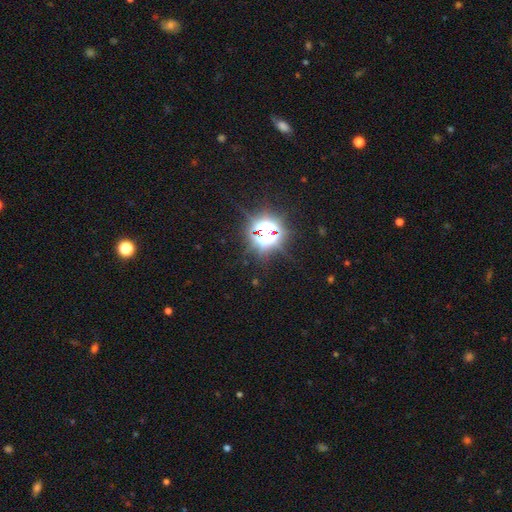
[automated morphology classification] smooth_or_featured: star or artifact (p=0.84) [alt: smooth p=0.11]